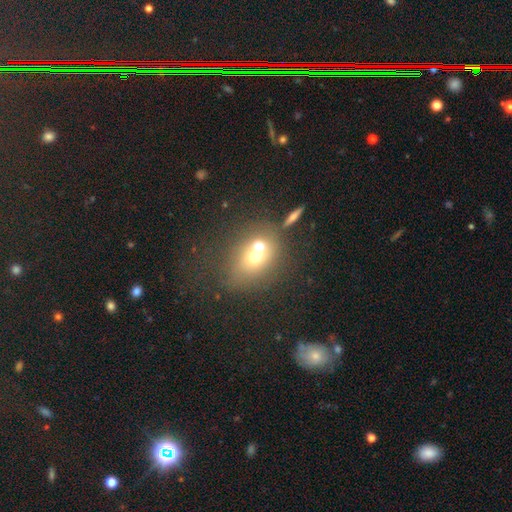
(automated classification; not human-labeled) A smooth galaxy with no disk features (61%) that is round (59%). Merging: merger (49%).